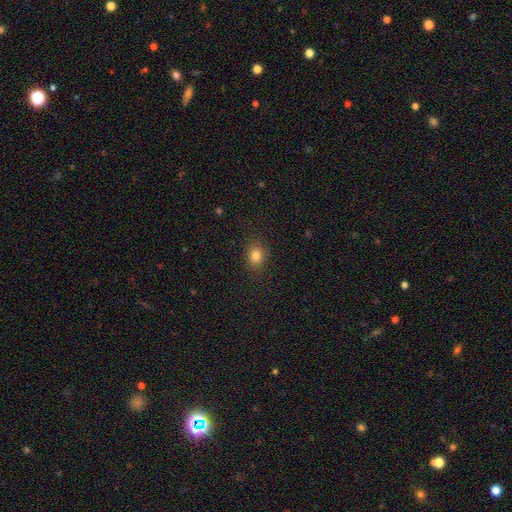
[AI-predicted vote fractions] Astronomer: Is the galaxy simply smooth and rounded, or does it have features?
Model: smooth — 82%.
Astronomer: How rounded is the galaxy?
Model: round — 58% (runner-up: in between, 41%).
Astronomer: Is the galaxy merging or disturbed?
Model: none — 86%.